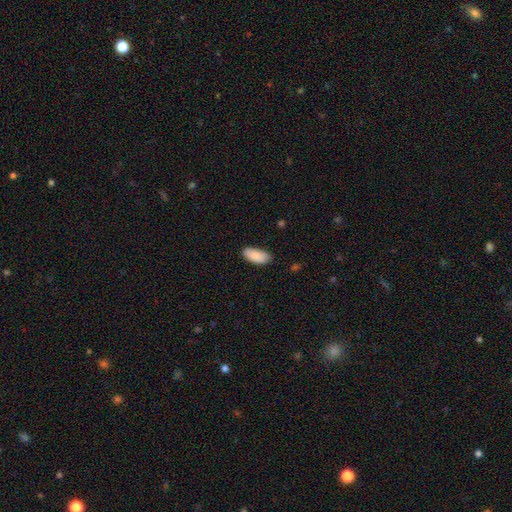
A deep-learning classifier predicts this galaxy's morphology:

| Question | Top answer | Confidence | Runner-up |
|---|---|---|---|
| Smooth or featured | smooth | 88% | star or artifact (6%) |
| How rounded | in between | 91% | cigar-shaped (7%) |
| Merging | none | 79% | minor disturbance (18%) |